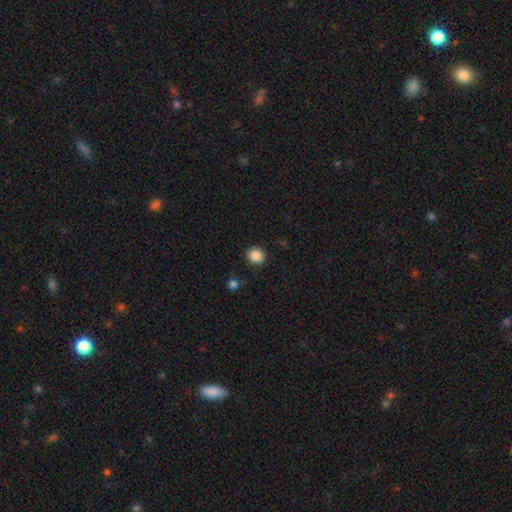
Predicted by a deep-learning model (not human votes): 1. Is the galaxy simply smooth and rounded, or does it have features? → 88% smooth, 9% star or artifact, 3% featured or disk.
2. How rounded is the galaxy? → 74% round, 25% in between, 1% cigar-shaped.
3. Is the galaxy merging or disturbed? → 88% none, 8% minor disturbance, 3% major disturbance, 2% merger.